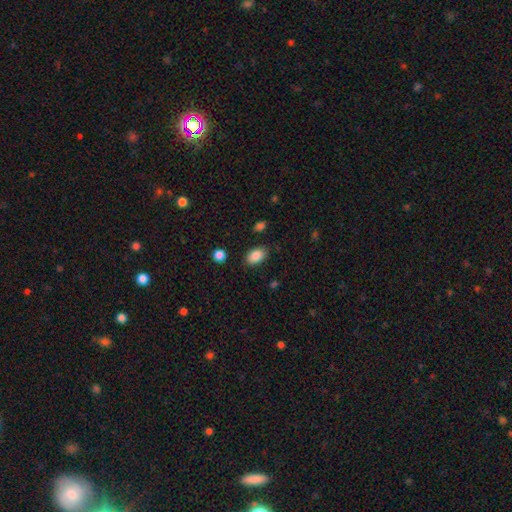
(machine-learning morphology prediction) Overall: smooth (87%). How rounded: in between (90%). Merging: none (84%).